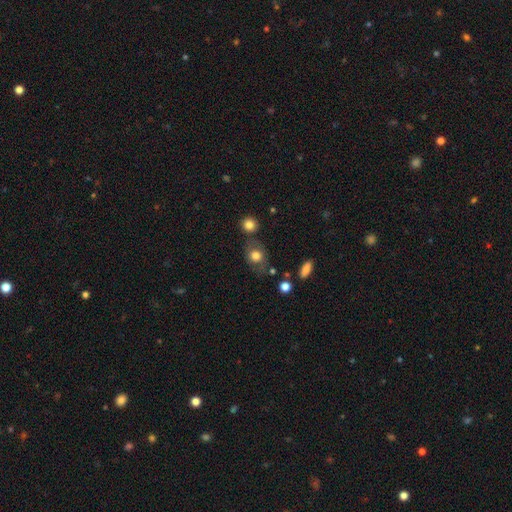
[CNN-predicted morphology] smooth 72%, featured or disk 19%, star or artifact 9%. Down the decision tree: how rounded — round (54%); merging — none (63%).